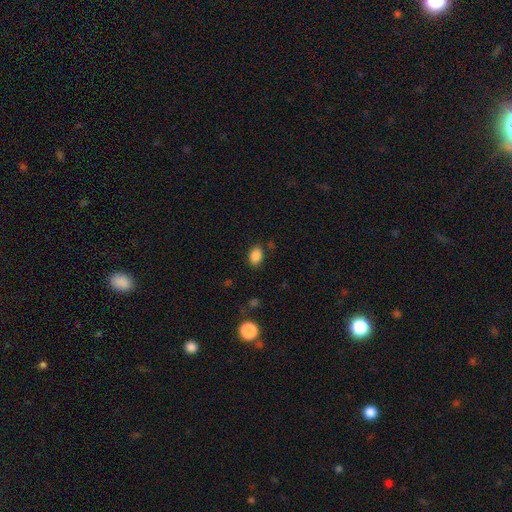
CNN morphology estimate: A smooth galaxy with no disk features (86%) that is in between round and cigar-shaped (73%).

Vote fractions:
- Smooth or featured? smooth: 86% / star or artifact: 10% / featured or disk: 4%
- How rounded? in between: 73% / round: 26% / cigar-shaped: 1%
- Merging? none: 82% / minor disturbance: 12% / major disturbance: 4% / merger: 2%